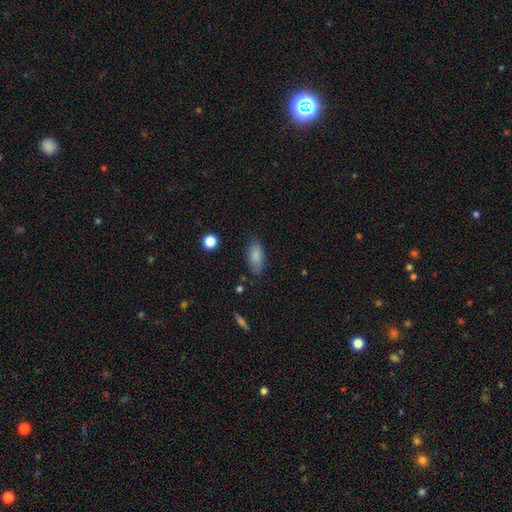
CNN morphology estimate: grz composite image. It shows a smooth galaxy with no disk features (85%) that is in between round and cigar-shaped (86%). Merging: none (78%).